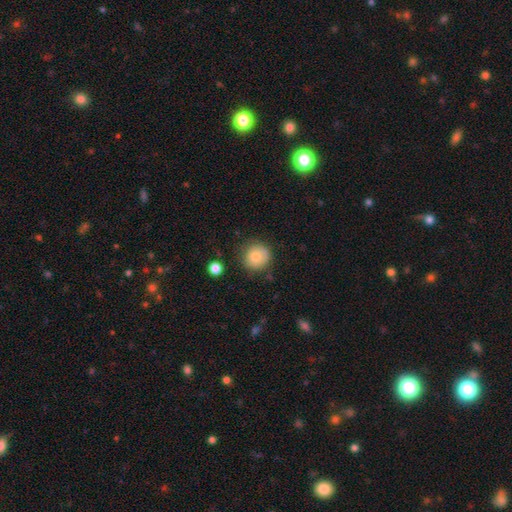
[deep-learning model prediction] Smooth or featured?
  - smooth: 79% *
  - featured or disk: 12%
  - star or artifact: 9%
How rounded?
  - round: 91% *
  - in between: 8%
  - cigar-shaped: 1%
Merging?
  - none: 80% *
  - minor disturbance: 15%
  - major disturbance: 4%
  - merger: 2%